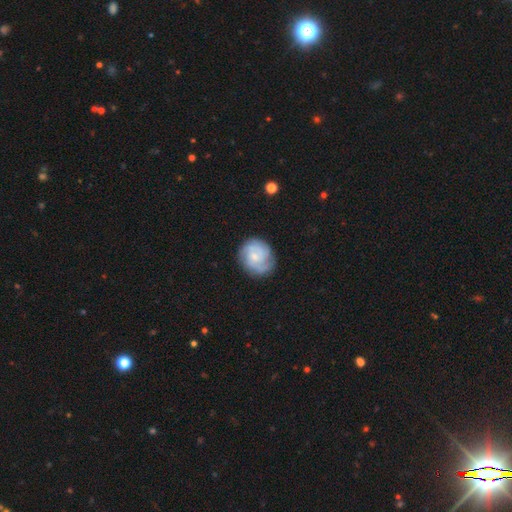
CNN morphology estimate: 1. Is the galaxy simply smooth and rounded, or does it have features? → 69% featured or disk, 24% smooth, 6% star or artifact.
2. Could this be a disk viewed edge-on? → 98% no, 2% yes.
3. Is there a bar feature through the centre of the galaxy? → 68% no, 29% weak, 3% strong.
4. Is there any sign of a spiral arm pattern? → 94% yes, 6% no.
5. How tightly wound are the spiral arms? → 58% tight, 33% medium, 8% loose.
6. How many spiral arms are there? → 31% 3, 26% can't tell, 24% 2, 8% 4, 5% 1, 5% more than 4.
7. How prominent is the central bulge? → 60% small, 29% moderate, 8% none, 2% large, 1% dominant.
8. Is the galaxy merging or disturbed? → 77% none, 16% minor disturbance, 5% major disturbance, 1% merger.